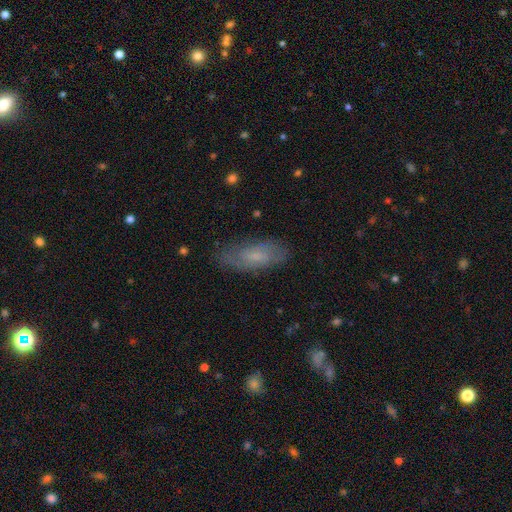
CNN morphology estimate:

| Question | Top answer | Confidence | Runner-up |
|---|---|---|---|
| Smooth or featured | smooth | 51% | featured or disk (41%) |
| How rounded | in between | 72% | cigar-shaped (26%) |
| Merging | none | 76% | minor disturbance (18%) |